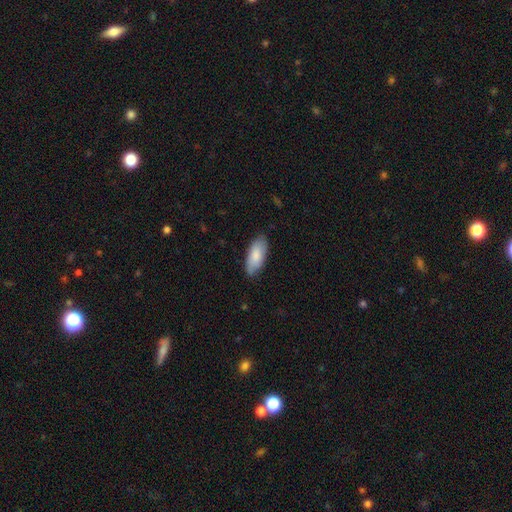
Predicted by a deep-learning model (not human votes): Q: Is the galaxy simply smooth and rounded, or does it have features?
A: smooth — 82%.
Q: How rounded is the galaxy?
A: in between — 87%.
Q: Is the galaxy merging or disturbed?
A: none — 79%.